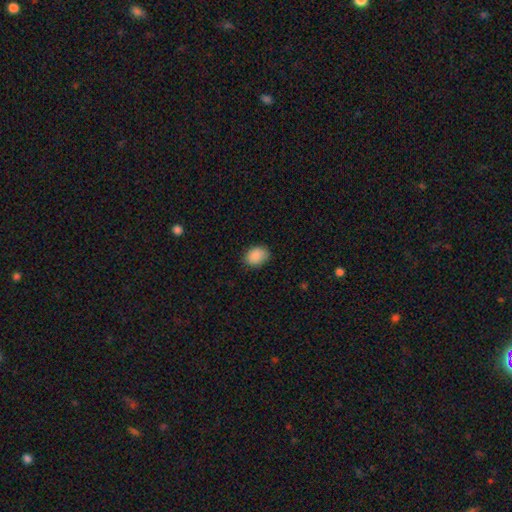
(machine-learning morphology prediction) Q: Smooth or featured?
A: smooth (89%); runner-up: star or artifact (7%)
Q: How rounded?
A: in between (71%); runner-up: round (28%)
Q: Merging?
A: none (82%); runner-up: minor disturbance (14%)